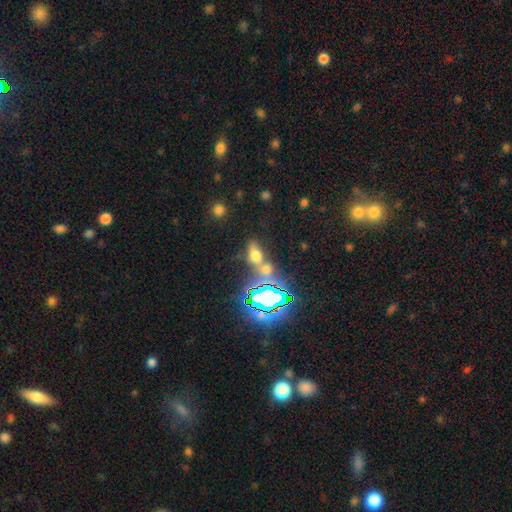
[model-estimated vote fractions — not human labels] A smooth galaxy with no disk features (51%) that is in between round and cigar-shaped (67%).

Vote fractions:
- Smooth or featured? smooth: 51% / star or artifact: 33% / featured or disk: 16%
- How rounded? in between: 67% / round: 21% / cigar-shaped: 12%
- Merging? none: 46% / merger: 35% / minor disturbance: 12% / major disturbance: 8%